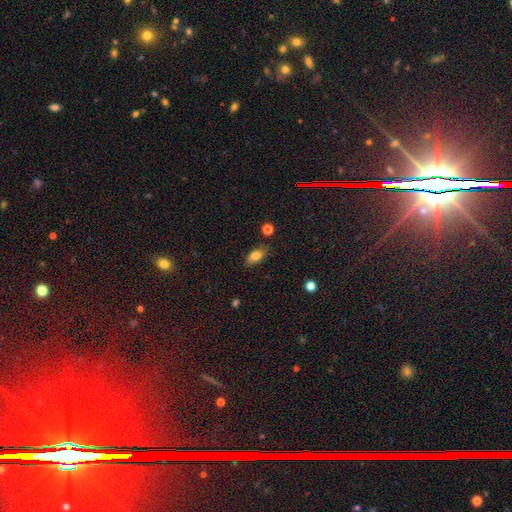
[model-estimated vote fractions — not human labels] This appears to be a smooth galaxy with no disk features (80%) that is in between round and cigar-shaped (86%). Merging: none (77%).